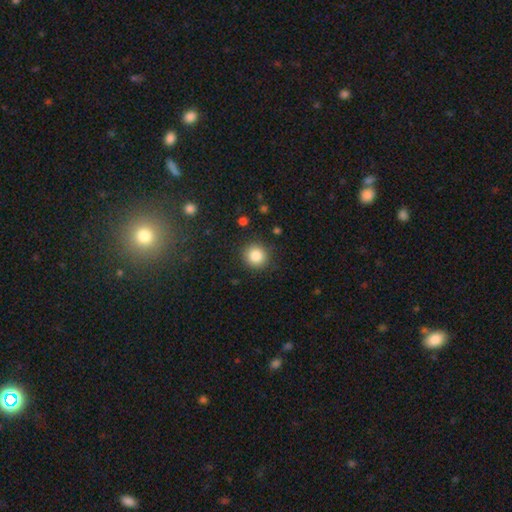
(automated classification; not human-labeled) A smooth galaxy with no disk features (85%) that is round (92%).

Vote fractions:
- Smooth or featured? smooth: 85% / star or artifact: 10% / featured or disk: 5%
- How rounded? round: 92% / in between: 7% / cigar-shaped: 1%
- Merging? none: 89% / minor disturbance: 7% / major disturbance: 3% / merger: 1%